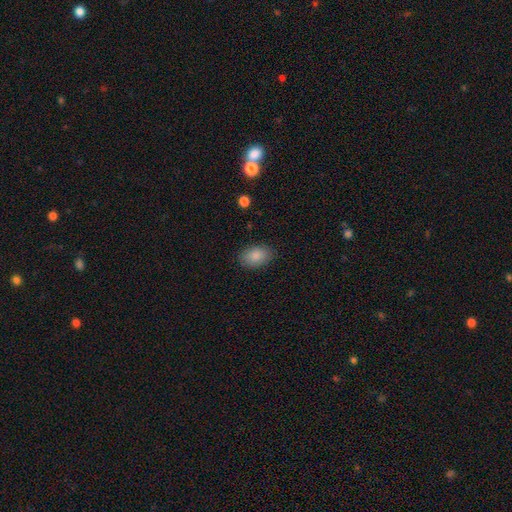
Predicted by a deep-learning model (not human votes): smooth 87%, star or artifact 7%, featured or disk 6%. Down the decision tree: how rounded — in between (89%); merging — none (85%).